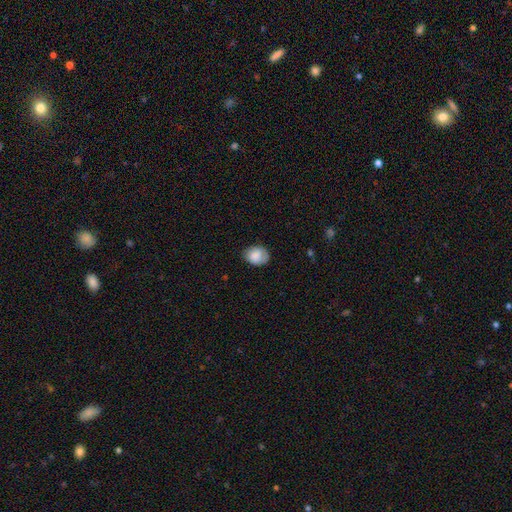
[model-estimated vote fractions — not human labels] The model was most divided on "how rounded": in between: 54%, round: 45%, cigar-shaped: 1%. More confident: smooth or featured — smooth (84%); merging — none (72%).